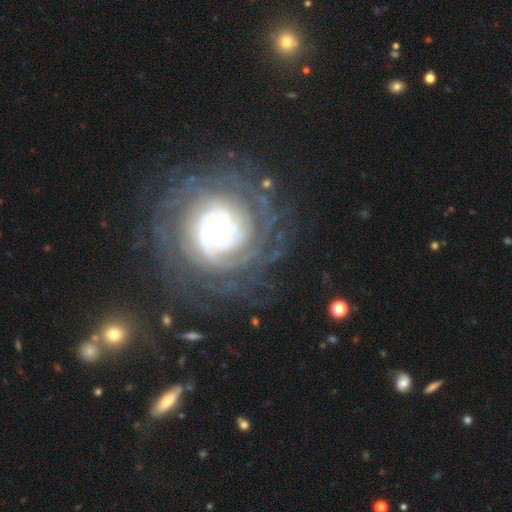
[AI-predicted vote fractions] The model was most divided on "bulge size": small: 45%, moderate: 33%, large: 16%, dominant: 4%, none: 2%. Remaining: edge-on disk — no (97%); spiral arms — yes (90%); merging — none (79%); spiral winding — tight (78%); smooth or featured — featured or disk (78%); bar — no (67%); spiral arm count — can't tell (39%).